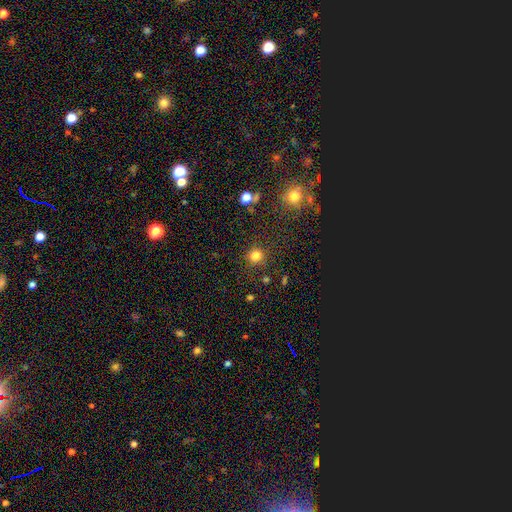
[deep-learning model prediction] The model was most divided on "smooth or featured": smooth: 79%, star or artifact: 16%, featured or disk: 5%. More confident: how rounded — round (91%); merging — none (85%).